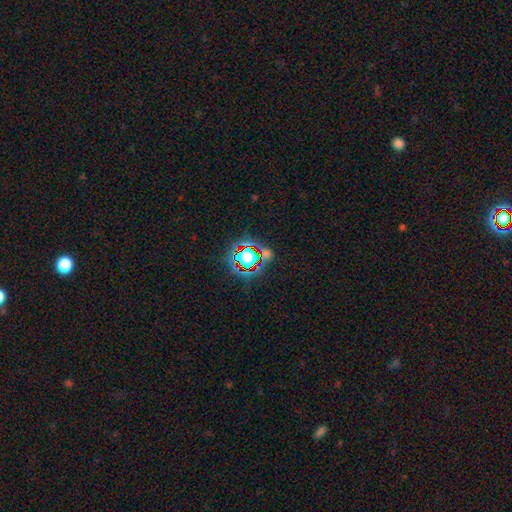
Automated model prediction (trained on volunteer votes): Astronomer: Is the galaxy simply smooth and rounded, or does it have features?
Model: star or artifact — 74%.